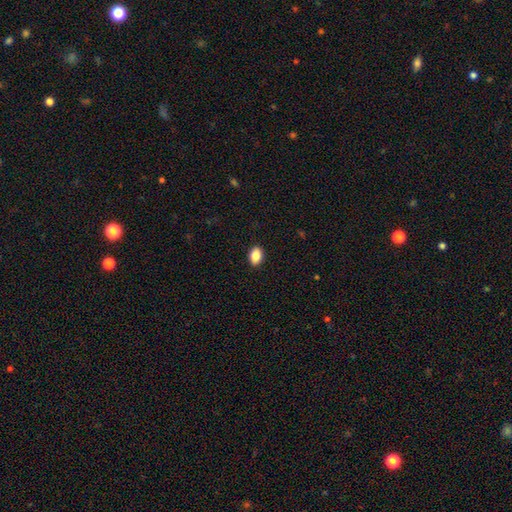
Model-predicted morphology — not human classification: smooth 87%, star or artifact 8%, featured or disk 5%. Down the decision tree: how rounded — in between (85%); merging — none (90%).